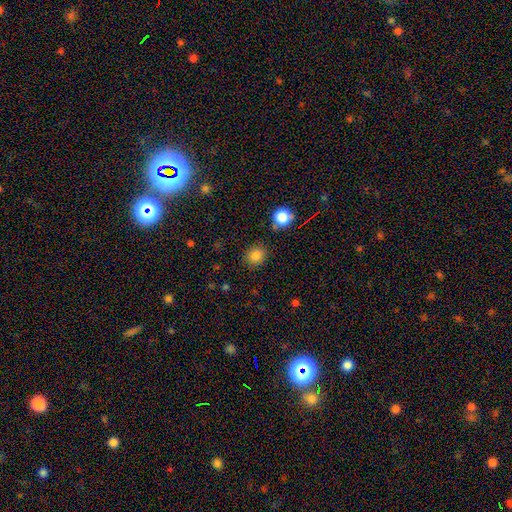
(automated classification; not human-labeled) A smooth galaxy with no disk features (83%) that is round (75%). Merging: none (84%).